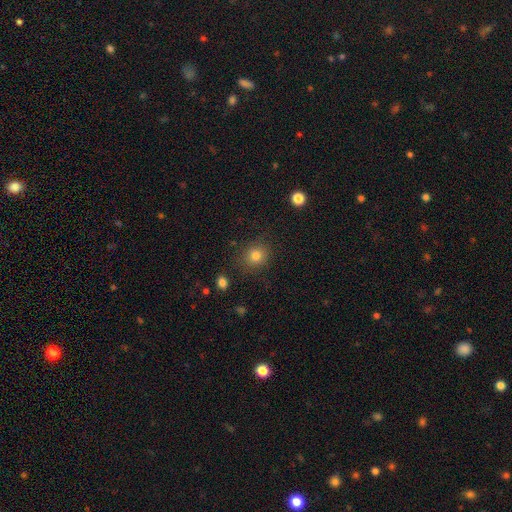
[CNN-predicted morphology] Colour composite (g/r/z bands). It shows a smooth galaxy with no disk features (82%) that is round (81%). Merging: none (84%).